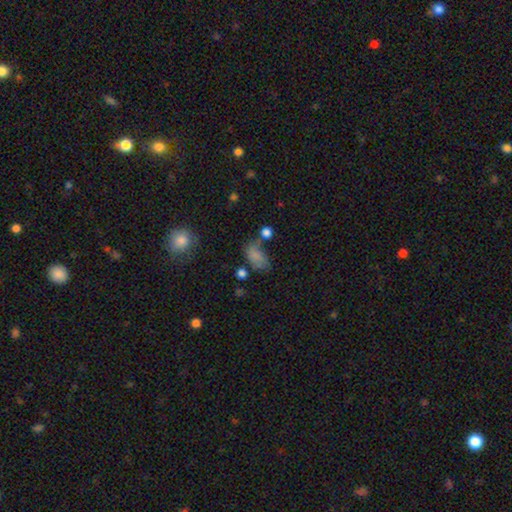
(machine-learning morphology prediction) This is likely a smooth galaxy (72%). How rounded: clearly in between (86%). Merging: marginally none (36%).